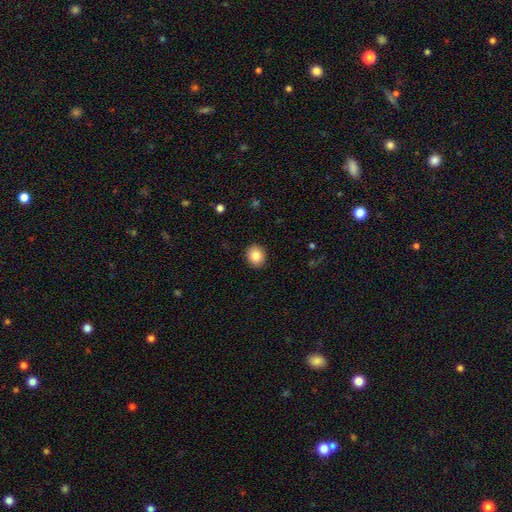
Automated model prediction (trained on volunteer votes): A smooth galaxy with no disk features (84%) that is round (78%). Merging: none (91%).